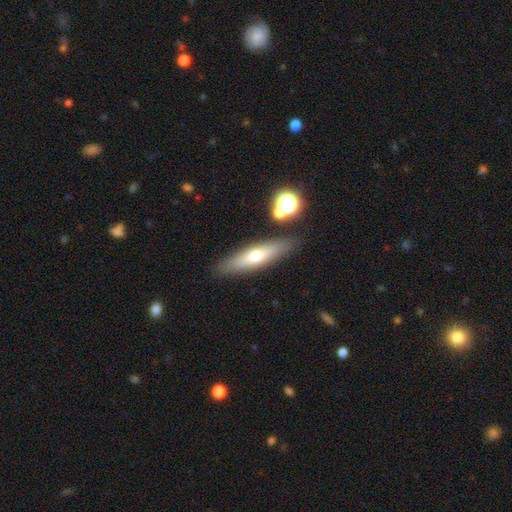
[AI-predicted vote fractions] This appears to be a smooth galaxy with no disk features (52%) that is cigar-shaped (75%). Merging: none (85%).